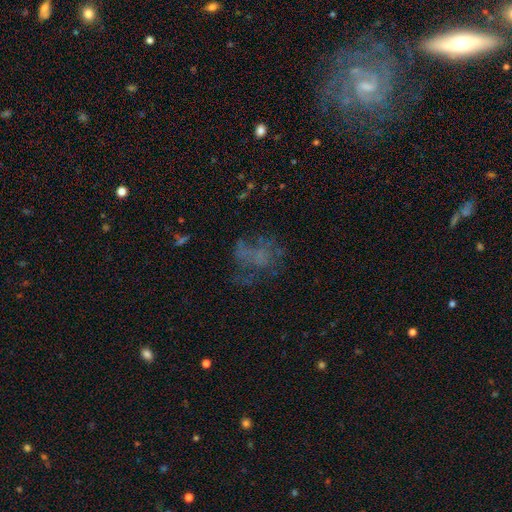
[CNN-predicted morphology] Smooth or featured? featured or disk (43%)
Merging? none (46%)